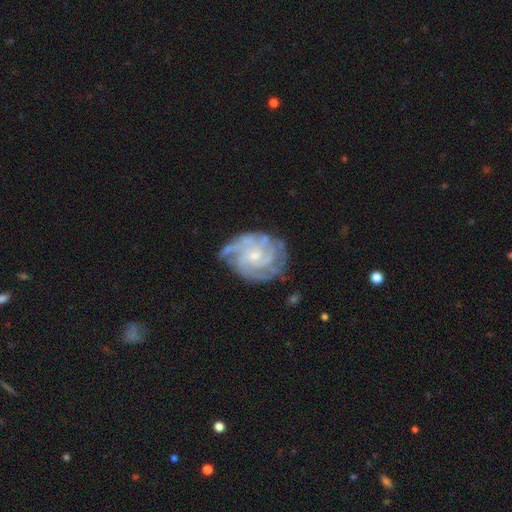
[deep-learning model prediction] This is clearly a featured or disk galaxy (86%). It is clearly not viewed edge-on (98%). Bar: likely no (66%). Spiral arm pattern: clearly yes (95%). Spiral arm count: marginally can't tell (28%). Spiral winding: likely tight (60%). Central bulge: possibly small (57%). Merging: likely none (69%).